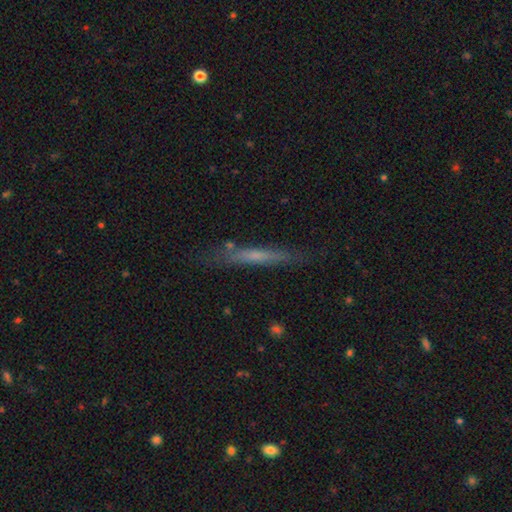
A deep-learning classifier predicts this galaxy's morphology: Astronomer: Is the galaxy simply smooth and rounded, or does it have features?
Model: featured or disk — 47% (runner-up: smooth, 45%).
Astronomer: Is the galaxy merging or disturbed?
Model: none — 79%.